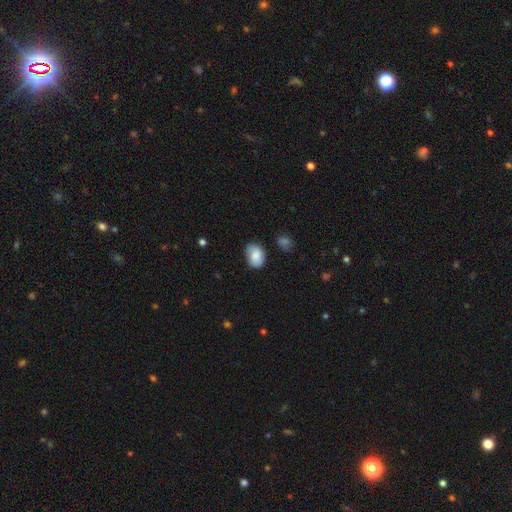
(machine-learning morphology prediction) A smooth galaxy with no disk features (81%) that is in between round and cigar-shaped (77%).

Vote fractions:
- Smooth or featured? smooth: 81% / featured or disk: 12% / star or artifact: 7%
- How rounded? in between: 77% / round: 22% / cigar-shaped: 1%
- Merging? none: 68% / minor disturbance: 25% / major disturbance: 5% / merger: 2%